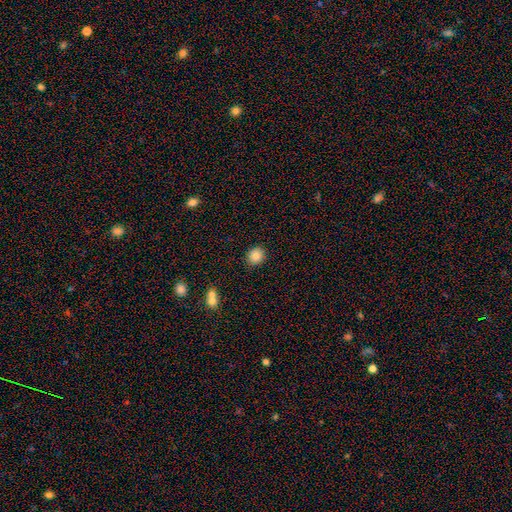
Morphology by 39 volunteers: Volunteers were most divided on "how rounded": round: 59%, in between: 41%, cigar-shaped: 0%. More confident: merging — none (97%); smooth or featured — smooth (87%).